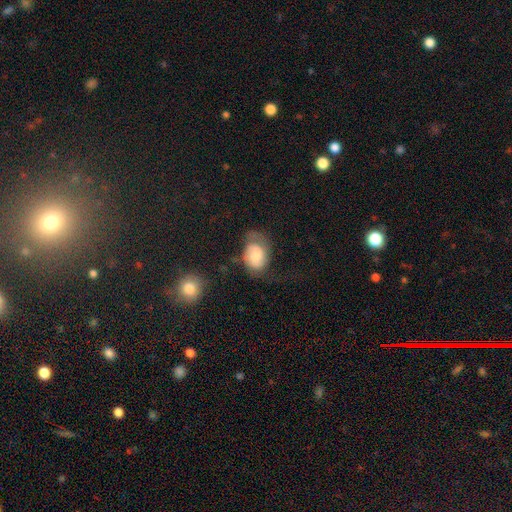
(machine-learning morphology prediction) This appears to be a smooth galaxy with no disk features (49%). Merging: none (40%).